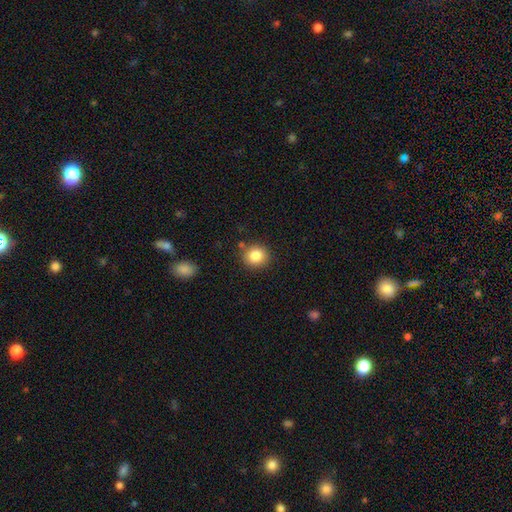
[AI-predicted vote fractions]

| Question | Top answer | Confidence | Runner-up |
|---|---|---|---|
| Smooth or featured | smooth | 84% | star or artifact (10%) |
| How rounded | round | 86% | in between (13%) |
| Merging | none | 85% | minor disturbance (9%) |